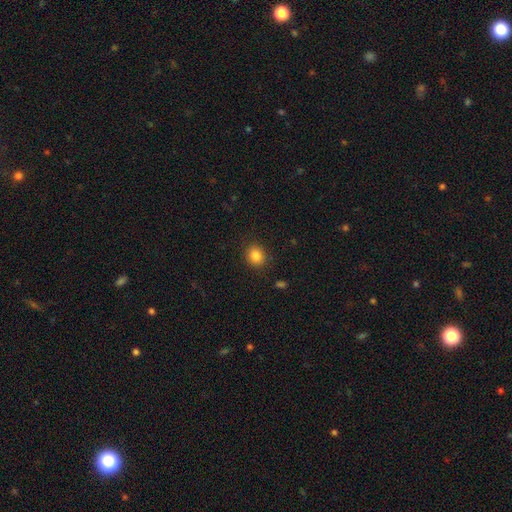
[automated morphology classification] Smooth or featured? Predicted: smooth (p=0.85). How rounded? Predicted: round (p=0.76). Merging? Predicted: none (p=0.88).